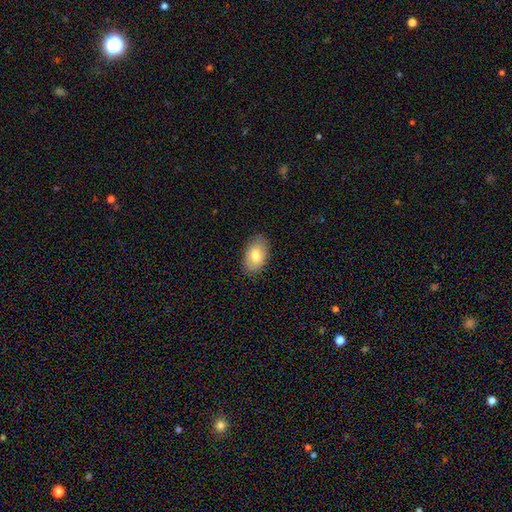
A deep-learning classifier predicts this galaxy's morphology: type=smooth (77%); roundness=in between (92%); merging=none (85%).